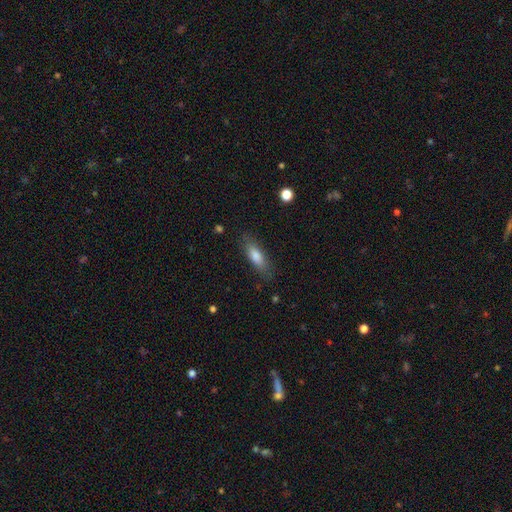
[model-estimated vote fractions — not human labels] A smooth galaxy with no disk features (77%) that is in between round and cigar-shaped (52%).

Vote fractions:
- Smooth or featured? smooth: 77% / featured or disk: 16% / star or artifact: 7%
- How rounded? in between: 52% / cigar-shaped: 46% / round: 2%
- Merging? none: 81% / minor disturbance: 14% / major disturbance: 4% / merger: 1%